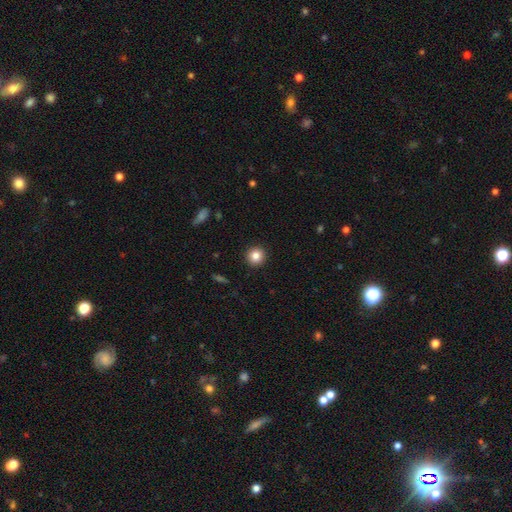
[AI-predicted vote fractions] Morphology: type=smooth (83%); roundness=round (94%); merging=none (93%).